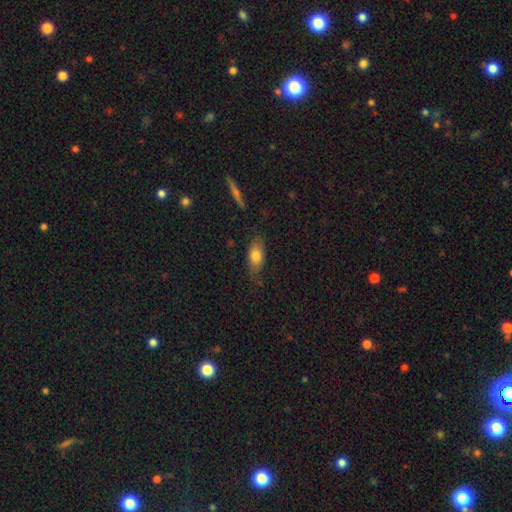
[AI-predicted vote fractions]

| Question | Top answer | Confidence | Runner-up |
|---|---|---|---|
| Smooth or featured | smooth | 74% | featured or disk (18%) |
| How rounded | in between | 82% | cigar-shaped (12%) |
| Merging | none | 73% | minor disturbance (21%) |